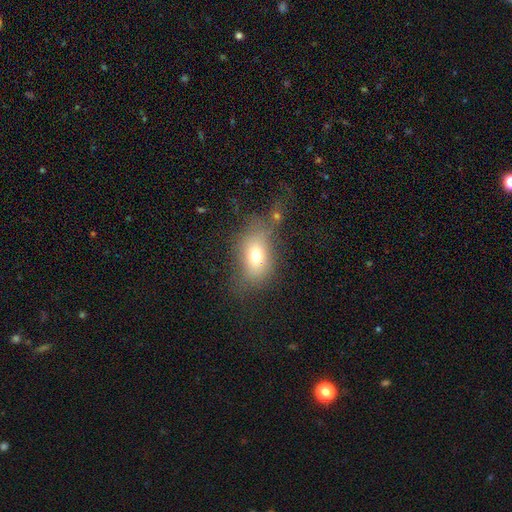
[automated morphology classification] smooth_or_featured: smooth (p=0.69) [alt: featured or disk p=0.19]
how_rounded: in between (p=0.77) [alt: round p=0.20]
merging: none (p=0.48) [alt: minor disturbance p=0.23]